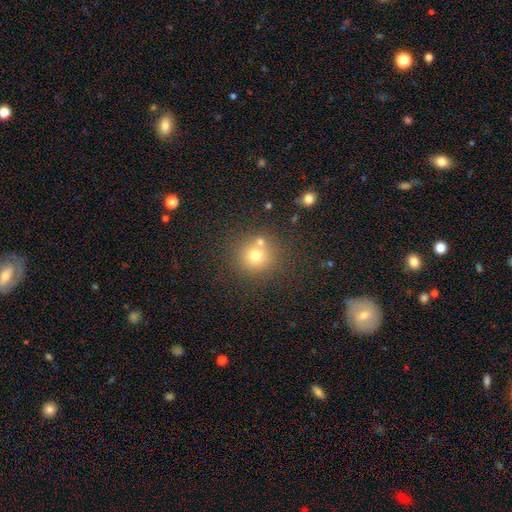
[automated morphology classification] Overall: smooth (72%). How rounded: round (92%). Merging: none (71%).